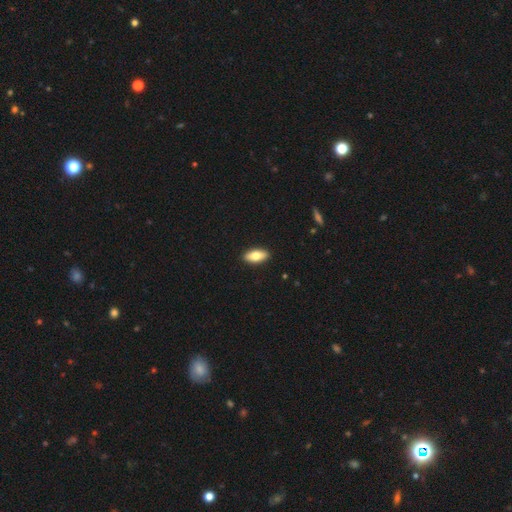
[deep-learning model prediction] Smooth or featured? Predicted: smooth (p=0.77). How rounded? Predicted: in between (p=0.87). Merging? Predicted: none (p=0.91).